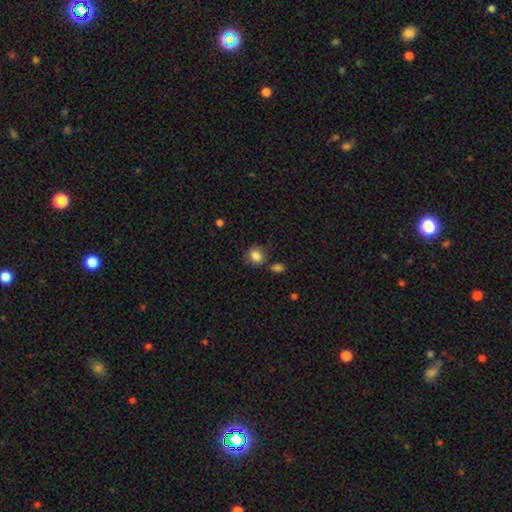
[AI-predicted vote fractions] A smooth galaxy with no disk features (85%) that is round (74%).

Vote fractions:
- Smooth or featured? smooth: 85% / star or artifact: 9% / featured or disk: 6%
- How rounded? round: 74% / in between: 25% / cigar-shaped: 1%
- Merging? none: 74% / minor disturbance: 14% / merger: 9% / major disturbance: 4%